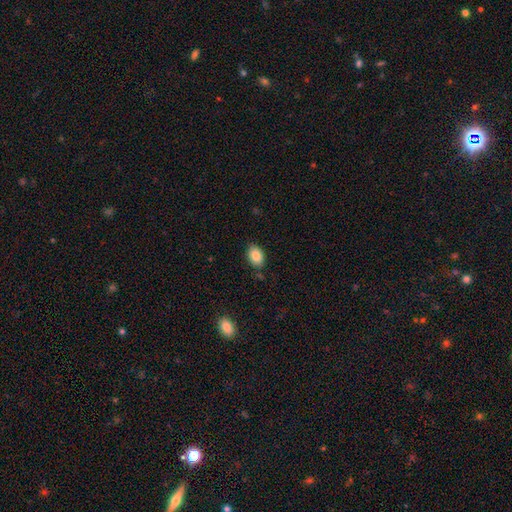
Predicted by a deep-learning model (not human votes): smooth 85%, star or artifact 8%, featured or disk 8%. Down the decision tree: how rounded — in between (82%); merging — none (84%).